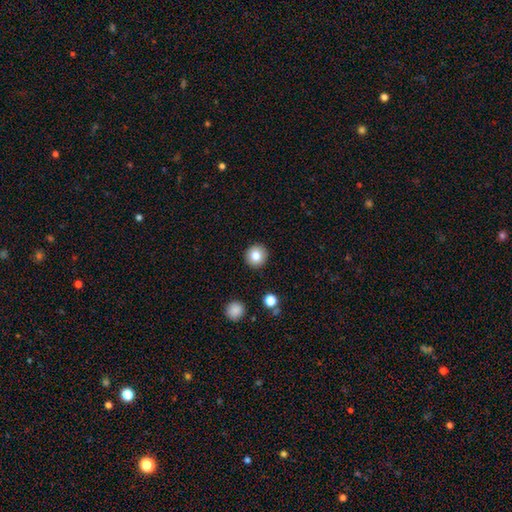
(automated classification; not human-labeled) Q: Smooth or featured?
A: smooth (81%); runner-up: star or artifact (10%)
Q: How rounded?
A: round (94%); runner-up: in between (5%)
Q: Merging?
A: none (92%); runner-up: minor disturbance (5%)